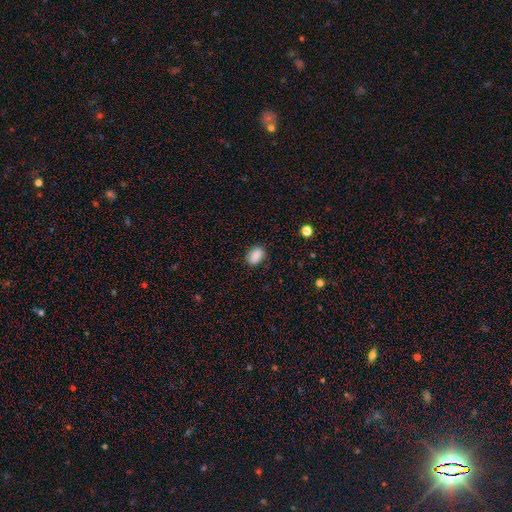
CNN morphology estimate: smooth 87%, star or artifact 8%, featured or disk 4%. Down the decision tree: how rounded — in between (83%); merging — none (84%).